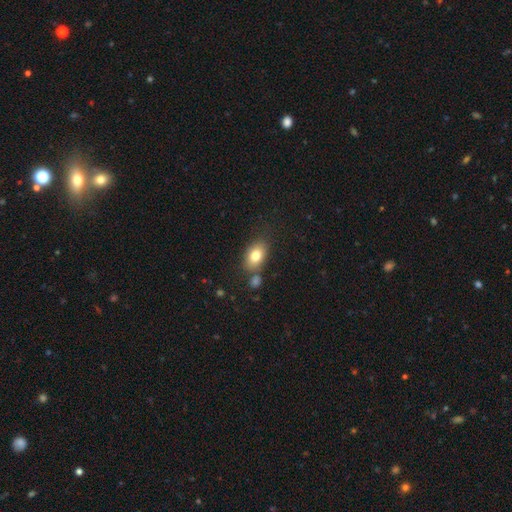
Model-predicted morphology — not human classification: Overall: smooth (79%). How rounded: in between (86%). Merging: none (69%).